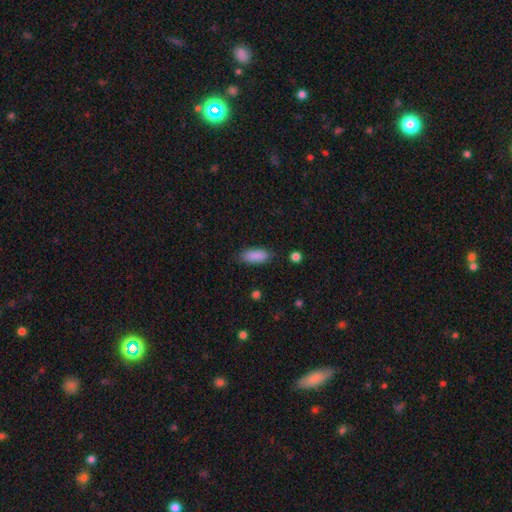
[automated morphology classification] This is clearly a smooth galaxy (88%). How rounded: likely in between (79%). Merging: clearly none (82%).